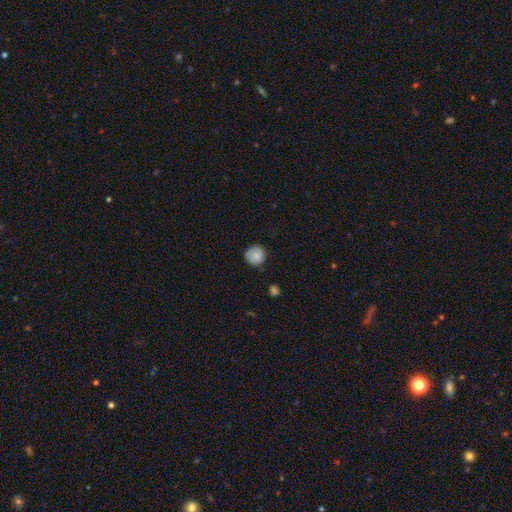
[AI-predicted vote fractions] smooth_or_featured: smooth (p=0.76) [alt: featured or disk p=0.16]
how_rounded: round (p=0.91) [alt: in between p=0.08]
merging: none (p=0.77) [alt: minor disturbance p=0.19]